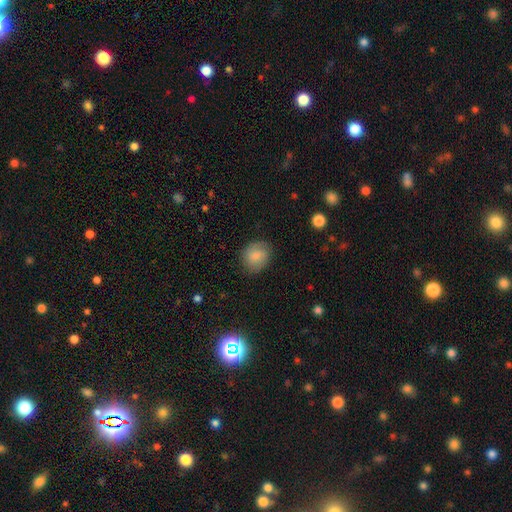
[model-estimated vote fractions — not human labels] Smooth or featured?
  - smooth: 75% *
  - featured or disk: 17%
  - star or artifact: 8%
How rounded?
  - round: 66% *
  - in between: 33%
  - cigar-shaped: 1%
Merging?
  - none: 81% *
  - minor disturbance: 14%
  - major disturbance: 4%
  - merger: 1%